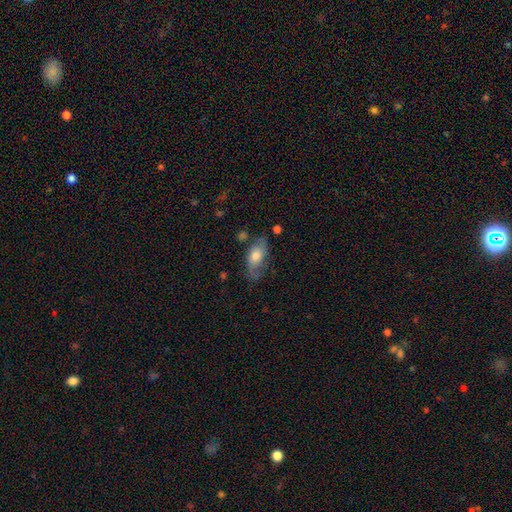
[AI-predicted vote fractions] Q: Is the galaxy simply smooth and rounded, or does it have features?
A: smooth — 56%.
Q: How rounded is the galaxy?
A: in between — 86%.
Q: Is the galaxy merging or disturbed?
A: none — 59%.